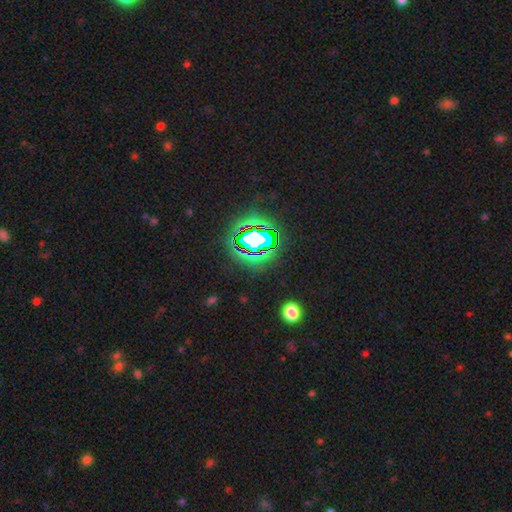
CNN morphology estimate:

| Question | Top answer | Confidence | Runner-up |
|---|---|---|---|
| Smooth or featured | star or artifact | 82% | smooth (11%) |